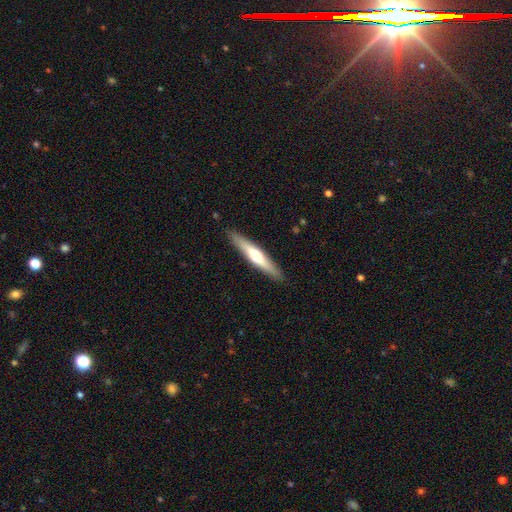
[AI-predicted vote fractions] This is possibly a featured or disk galaxy (51%). It is clearly viewed edge-on (93%). Merging: clearly none (90%).